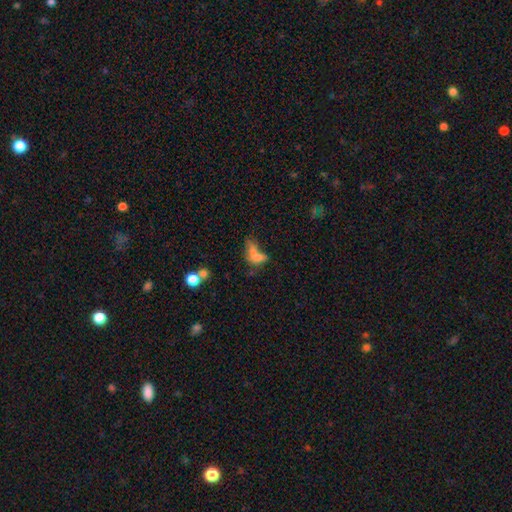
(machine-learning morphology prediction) Smooth or featured: smooth — 62% (featured or disk — 22%)
How rounded: in between — 75% (cigar-shaped — 13%)
Merging: merger — 35% (major disturbance — 31%)